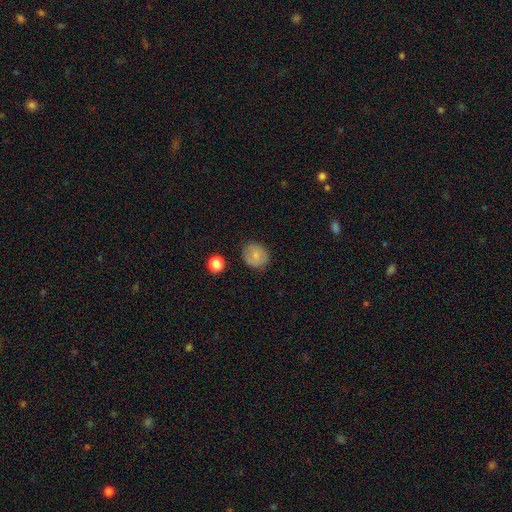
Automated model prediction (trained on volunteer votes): smooth 77%, featured or disk 13%, star or artifact 10%. Down the decision tree: how rounded — round (79%); merging — none (80%).